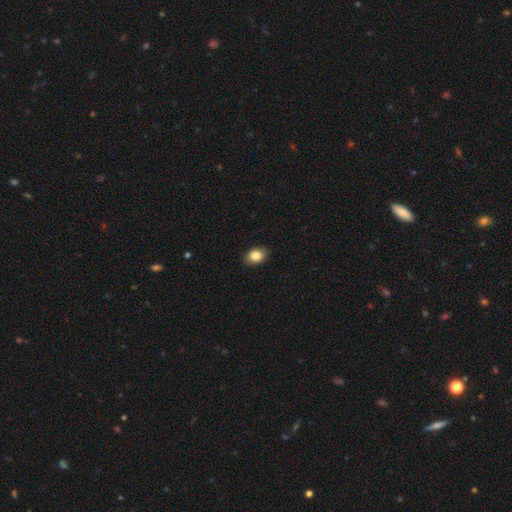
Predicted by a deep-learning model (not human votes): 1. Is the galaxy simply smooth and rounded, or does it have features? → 85% smooth, 9% star or artifact, 6% featured or disk.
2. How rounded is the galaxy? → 71% in between, 28% round, 1% cigar-shaped.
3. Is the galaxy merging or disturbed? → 89% none, 9% minor disturbance, 2% major disturbance, 1% merger.